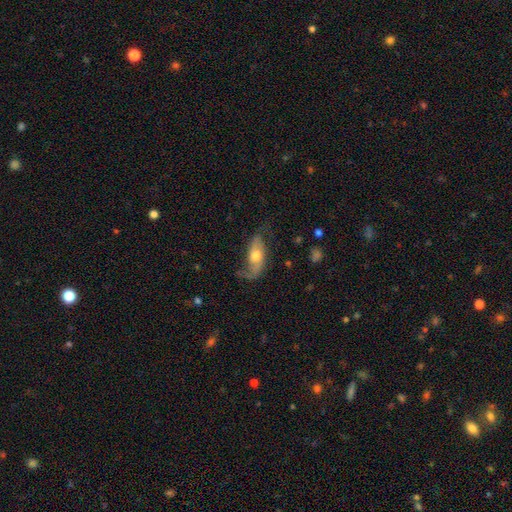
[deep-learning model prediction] Smooth or featured? Predicted: featured or disk (p=0.66). Edge-on disk? Predicted: no (p=0.88). Bar? Predicted: no (p=0.67). Spiral arms? Predicted: yes (p=0.87). Spiral winding? Predicted: loose (p=0.63). Spiral arm count? Predicted: 2 (p=0.76). Bulge size? Predicted: moderate (p=0.67). Merging? Predicted: none (p=0.55).